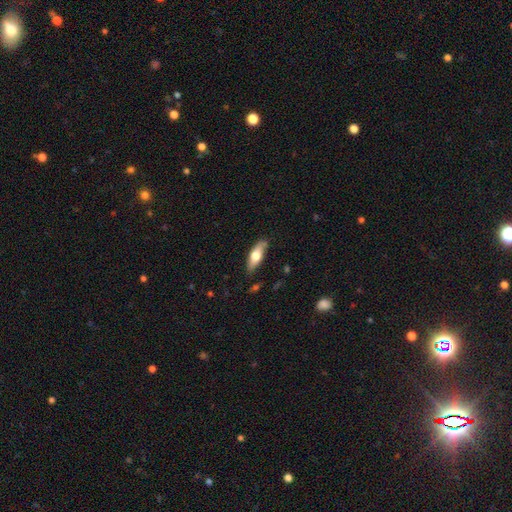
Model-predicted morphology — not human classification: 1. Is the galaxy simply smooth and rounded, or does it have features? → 61% smooth, 33% featured or disk, 6% star or artifact.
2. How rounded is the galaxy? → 64% in between, 34% cigar-shaped, 3% round.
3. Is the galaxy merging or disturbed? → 77% none, 18% minor disturbance, 3% major disturbance, 2% merger.